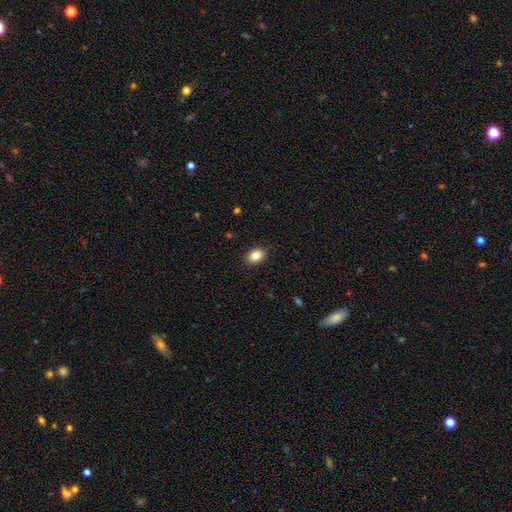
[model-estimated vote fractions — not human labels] Morphology: type=smooth (87%); roundness=in between (80%); merging=none (89%).